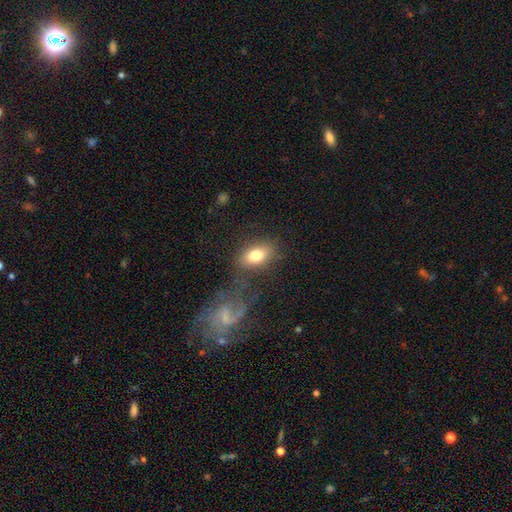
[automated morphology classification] Smooth or featured?
  - smooth: 78% *
  - featured or disk: 14%
  - star or artifact: 8%
How rounded?
  - in between: 84% *
  - round: 12%
  - cigar-shaped: 4%
Merging?
  - none: 70% *
  - minor disturbance: 14%
  - merger: 9%
  - major disturbance: 7%